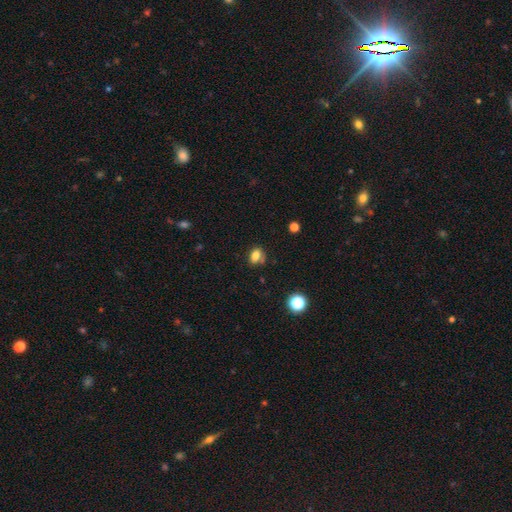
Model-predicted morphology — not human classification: A smooth galaxy with no disk features (77%) that is in between round and cigar-shaped (67%).

Vote fractions:
- Smooth or featured? smooth: 77% / star or artifact: 13% / featured or disk: 10%
- How rounded? in between: 67% / round: 32% / cigar-shaped: 2%
- Merging? none: 66% / minor disturbance: 19% / merger: 9% / major disturbance: 6%